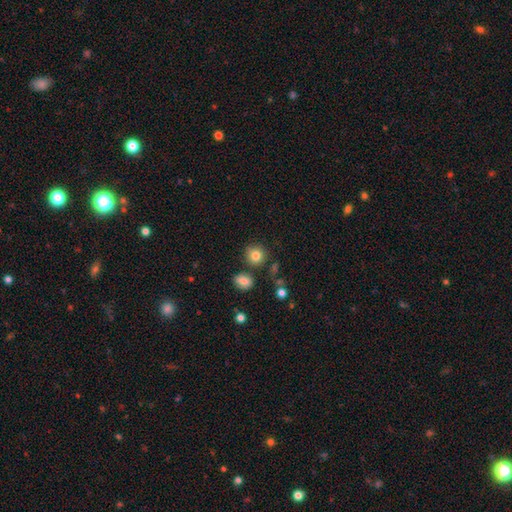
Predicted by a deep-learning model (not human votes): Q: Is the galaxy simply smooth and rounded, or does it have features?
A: smooth — 82%.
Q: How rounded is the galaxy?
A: round — 87%.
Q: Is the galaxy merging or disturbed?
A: none — 79%.